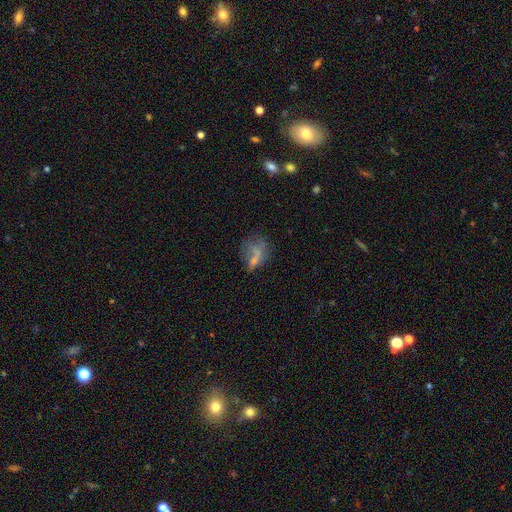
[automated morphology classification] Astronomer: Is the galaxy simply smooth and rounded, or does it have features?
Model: smooth — 50% (runner-up: featured or disk, 33%).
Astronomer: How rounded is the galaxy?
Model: in between — 61%.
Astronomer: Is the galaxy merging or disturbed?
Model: none — 33% (runner-up: major disturbance, 30%).